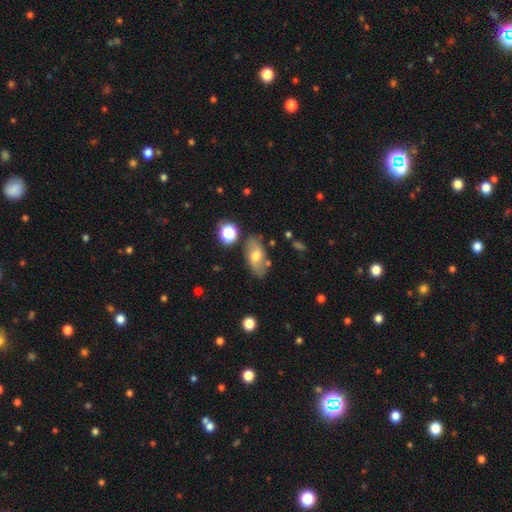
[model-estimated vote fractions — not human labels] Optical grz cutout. It shows a smooth galaxy with no disk features (58%) that is in between round and cigar-shaped (88%). Merging: none (76%).